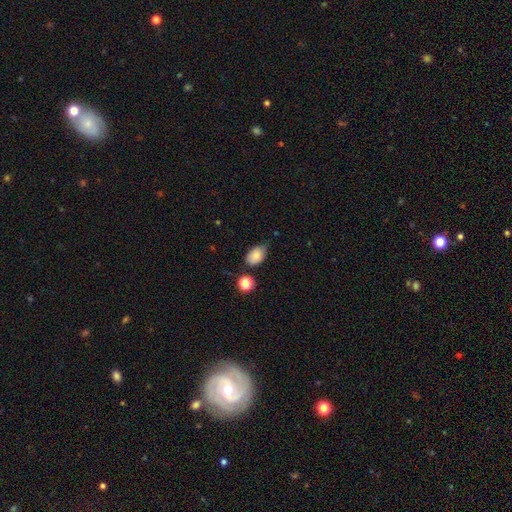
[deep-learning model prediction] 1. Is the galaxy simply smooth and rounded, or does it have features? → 82% smooth, 9% featured or disk, 9% star or artifact.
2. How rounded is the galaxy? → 85% in between, 13% round, 2% cigar-shaped.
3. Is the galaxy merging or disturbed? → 58% none, 32% minor disturbance, 6% major disturbance, 5% merger.